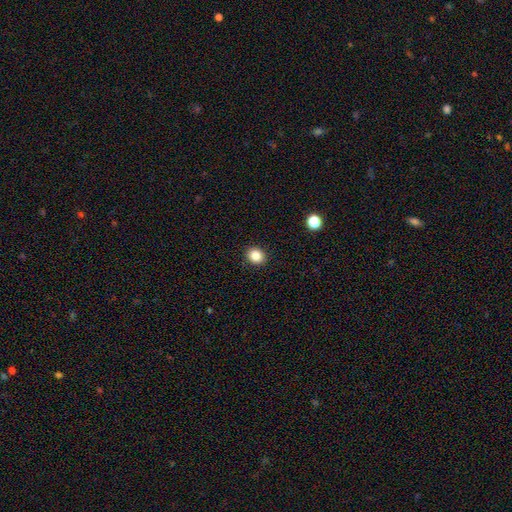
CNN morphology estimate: Smooth or featured? Predicted: smooth (p=0.85). How rounded? Predicted: round (p=0.68). Merging? Predicted: none (p=0.91).